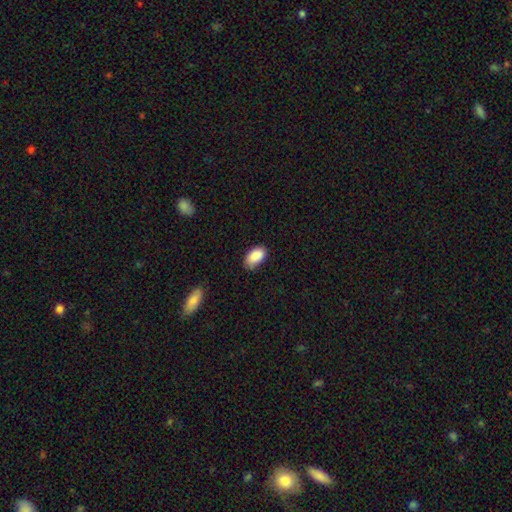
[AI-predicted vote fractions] This is clearly a smooth galaxy (89%). How rounded: clearly in between (94%). Merging: likely none (70%).